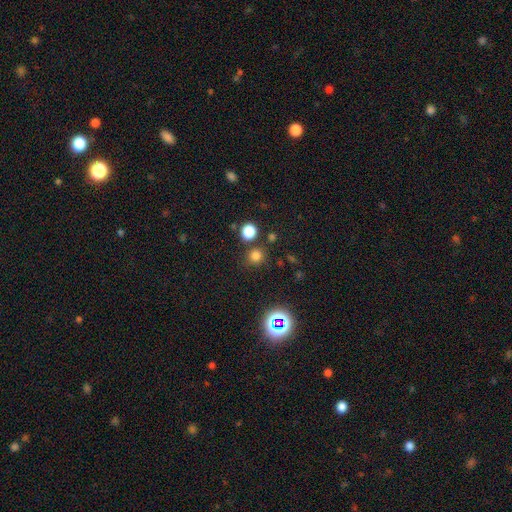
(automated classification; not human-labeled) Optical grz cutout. It shows a smooth galaxy with no disk features (73%) that is round (89%). Merging: none (80%).